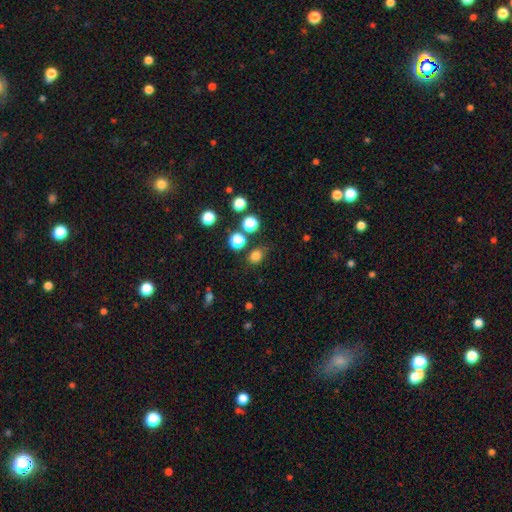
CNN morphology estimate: Smooth or featured: smooth — 79% (star or artifact — 16%)
How rounded: round — 64% (in between — 35%)
Merging: none — 78% (minor disturbance — 12%)